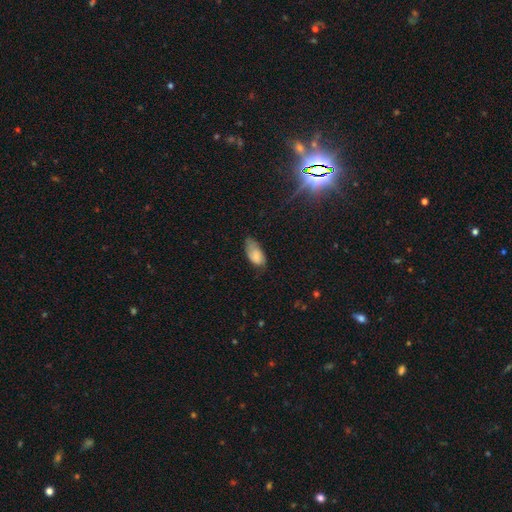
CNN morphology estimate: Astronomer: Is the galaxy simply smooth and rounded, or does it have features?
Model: smooth — 75%.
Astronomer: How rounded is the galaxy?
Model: in between — 92%.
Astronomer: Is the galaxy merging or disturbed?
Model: none — 46% (runner-up: minor disturbance, 40%).